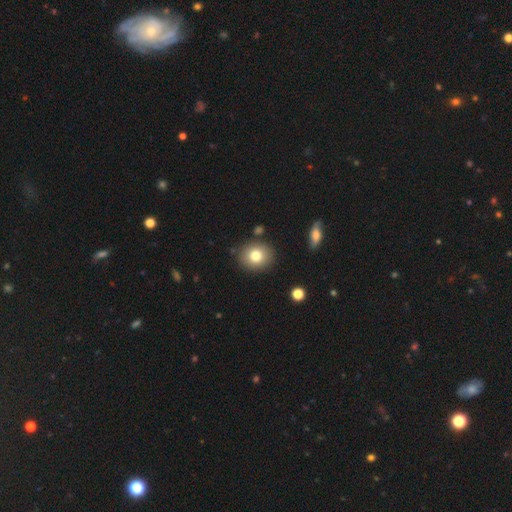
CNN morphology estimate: Overall: smooth (79%). How rounded: round (69%; in between 30%). Merging: none (86%).